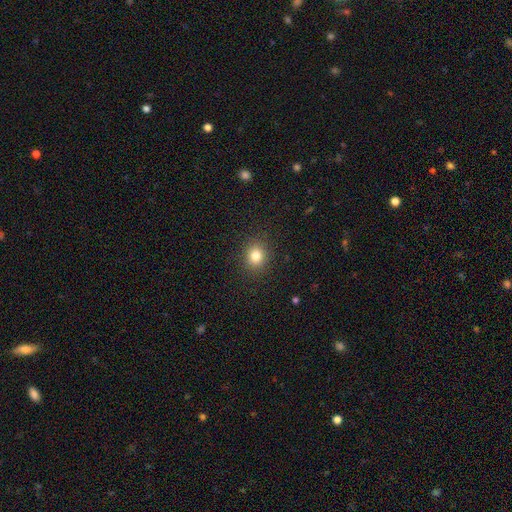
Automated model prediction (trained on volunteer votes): Smooth or featured? Predicted: smooth (p=0.81). How rounded? Predicted: round (p=0.75). Merging? Predicted: none (p=0.90).